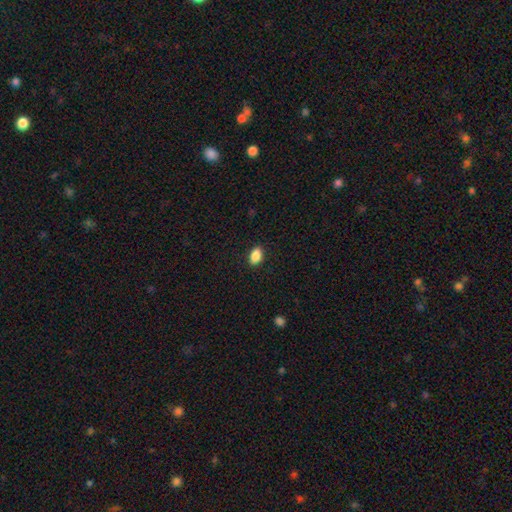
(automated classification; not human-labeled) Morphology: type=smooth (89%); roundness=in between (88%); merging=none (89%).